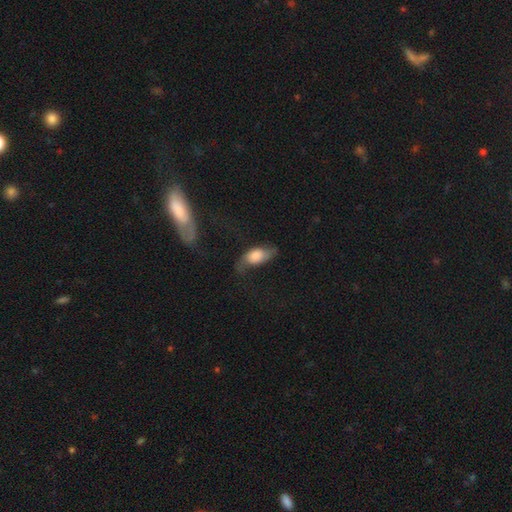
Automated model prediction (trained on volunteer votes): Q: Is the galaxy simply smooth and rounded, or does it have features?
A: smooth — 61%.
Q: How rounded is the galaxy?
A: in between — 86%.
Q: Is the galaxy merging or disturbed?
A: none — 42%.